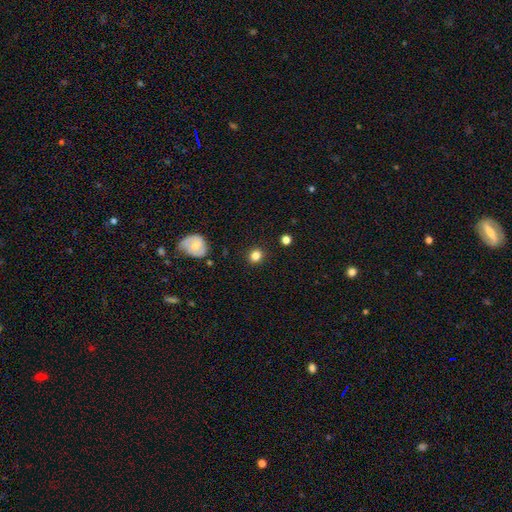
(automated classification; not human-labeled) This is clearly a smooth galaxy (83%). How rounded: clearly round (87%). Merging: clearly none (89%).